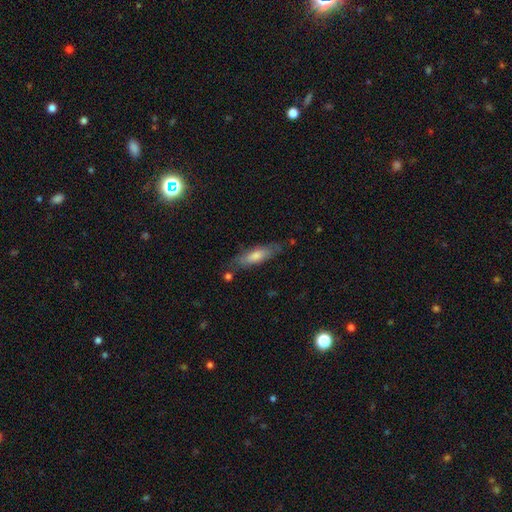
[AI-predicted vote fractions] Morphology: type=smooth (56%); roundness=cigar-shaped (60%); merging=none (74%).